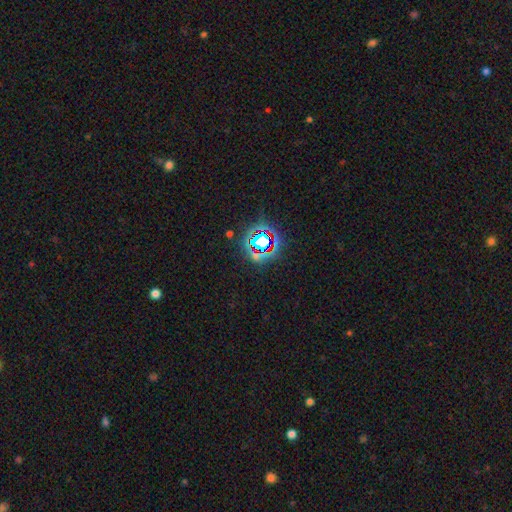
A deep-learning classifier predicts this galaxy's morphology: Smooth or featured? Predicted: star or artifact (p=0.73).